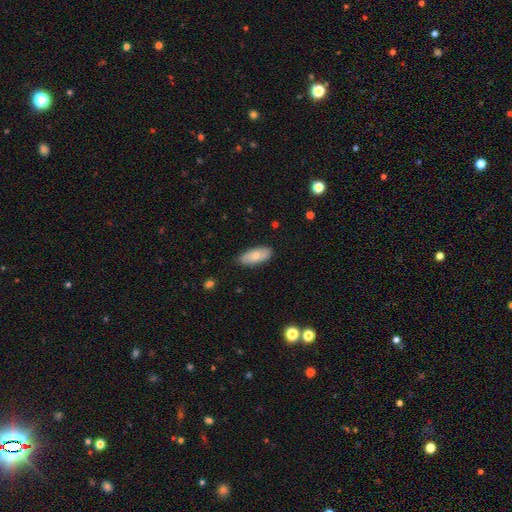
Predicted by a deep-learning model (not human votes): Smooth or featured? Predicted: smooth (p=0.69). How rounded? Predicted: in between (p=0.87). Merging? Predicted: none (p=0.85).